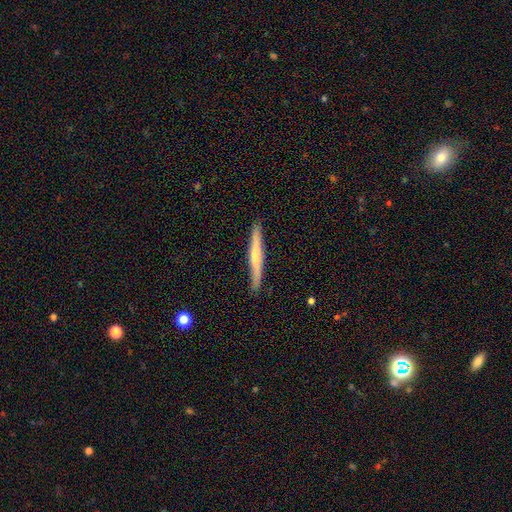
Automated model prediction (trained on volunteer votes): Smooth or featured? smooth (50%)
How rounded? cigar-shaped (96%)
Merging? none (89%)